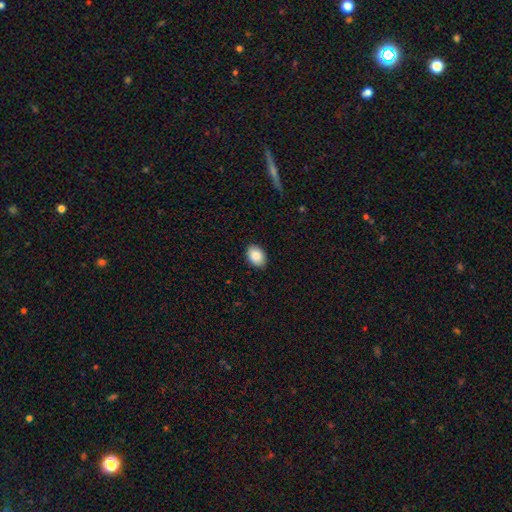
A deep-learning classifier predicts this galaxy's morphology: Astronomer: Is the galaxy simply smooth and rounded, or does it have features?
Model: smooth — 87%.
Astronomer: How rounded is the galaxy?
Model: in between — 81%.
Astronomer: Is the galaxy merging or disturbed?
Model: none — 90%.